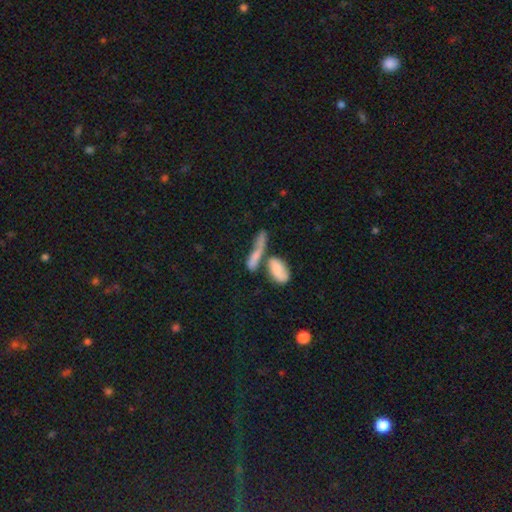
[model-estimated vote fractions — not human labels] Morphology: type=smooth (61%); roundness=cigar-shaped (55%); merging=merger (51%).